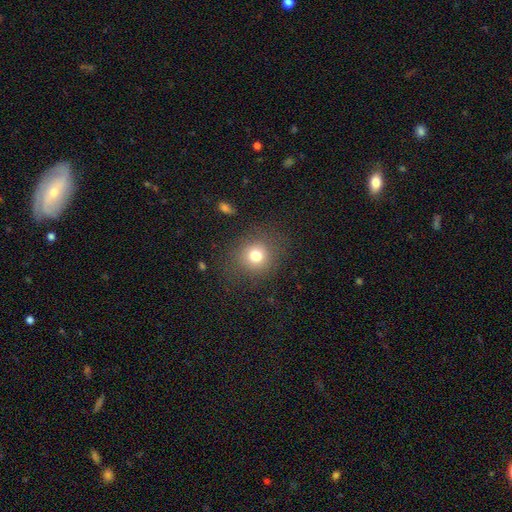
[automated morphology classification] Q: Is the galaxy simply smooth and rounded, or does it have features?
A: smooth — 77%.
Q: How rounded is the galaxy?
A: round — 86%.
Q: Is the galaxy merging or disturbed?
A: none — 83%.